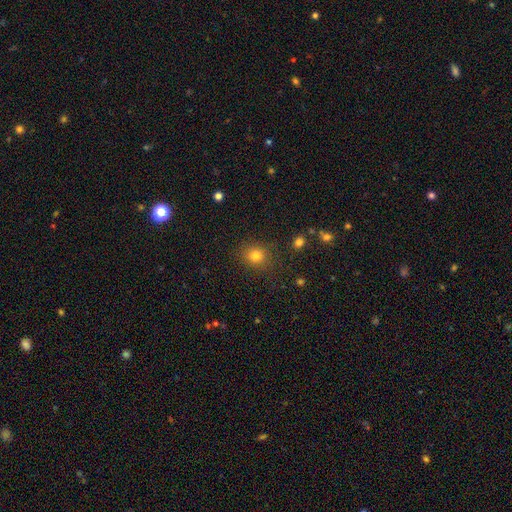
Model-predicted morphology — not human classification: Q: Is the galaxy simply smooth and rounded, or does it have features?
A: smooth — 81%.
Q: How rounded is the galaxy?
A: round — 81%.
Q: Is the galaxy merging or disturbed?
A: none — 86%.